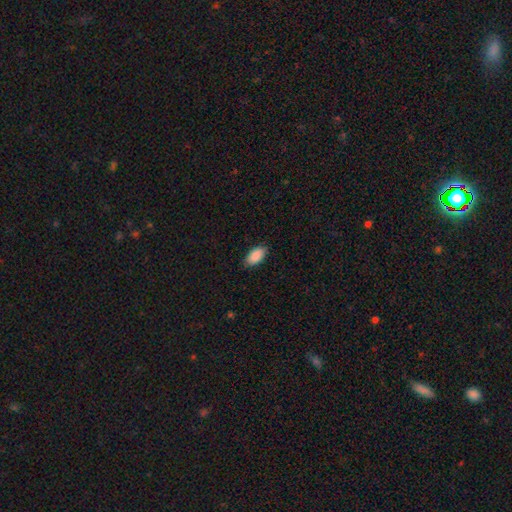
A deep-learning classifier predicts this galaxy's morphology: type=smooth (90%); roundness=in between (95%); merging=none (87%).